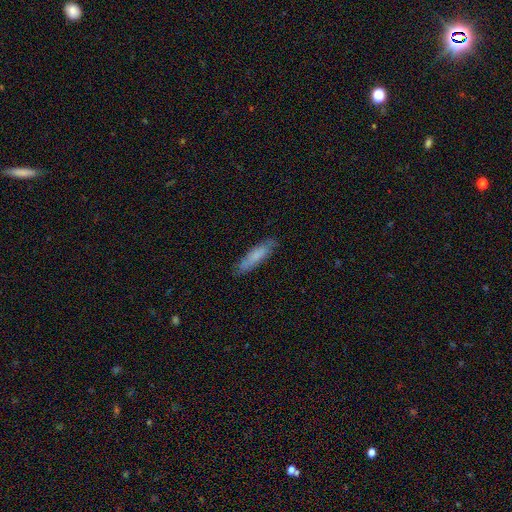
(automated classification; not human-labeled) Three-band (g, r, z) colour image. It shows a smooth galaxy with no disk features (73%) that is cigar-shaped (76%). Merging: none (82%).